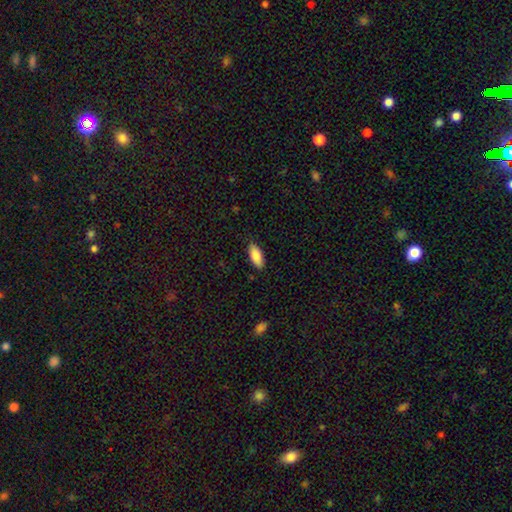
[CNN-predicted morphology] Q: Smooth or featured?
A: smooth (85%); runner-up: featured or disk (9%)
Q: How rounded?
A: in between (84%); runner-up: cigar-shaped (14%)
Q: Merging?
A: none (86%); runner-up: minor disturbance (11%)